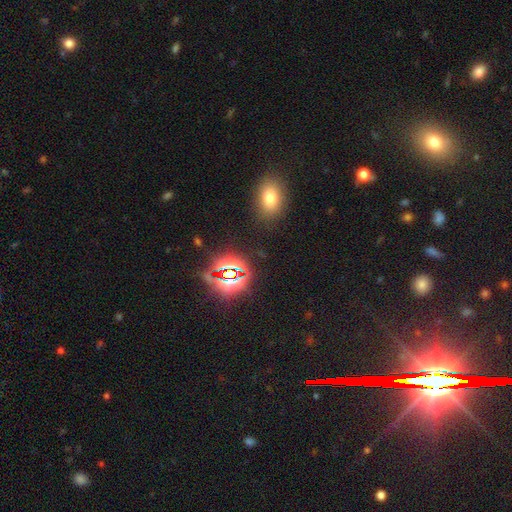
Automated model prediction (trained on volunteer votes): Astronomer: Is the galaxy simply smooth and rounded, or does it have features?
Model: star or artifact — 66%.